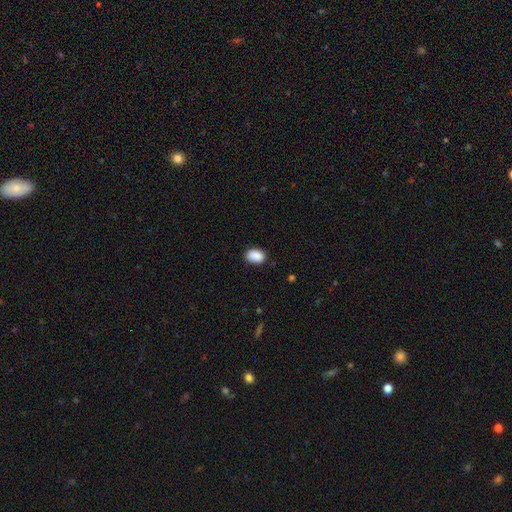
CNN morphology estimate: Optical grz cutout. It shows a smooth galaxy with no disk features (89%) that is in between round and cigar-shaped (83%). Merging: none (81%).